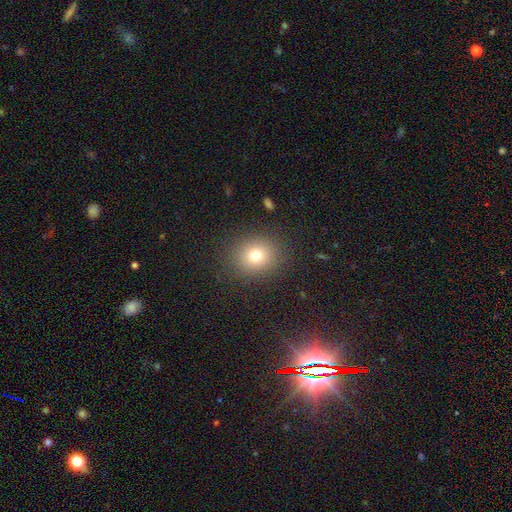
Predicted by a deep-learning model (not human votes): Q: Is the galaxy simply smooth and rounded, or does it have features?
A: smooth — 76%.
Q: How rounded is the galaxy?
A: round — 70%.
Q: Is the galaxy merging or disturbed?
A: none — 87%.